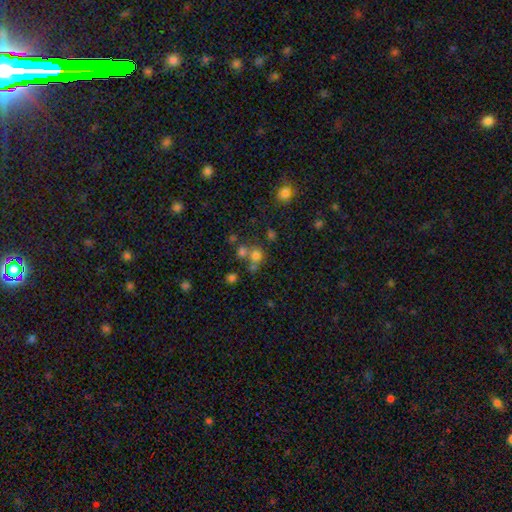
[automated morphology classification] Q: Smooth or featured?
A: smooth (68%); runner-up: star or artifact (20%)
Q: How rounded?
A: round (81%); runner-up: in between (18%)
Q: Merging?
A: none (51%); runner-up: merger (35%)